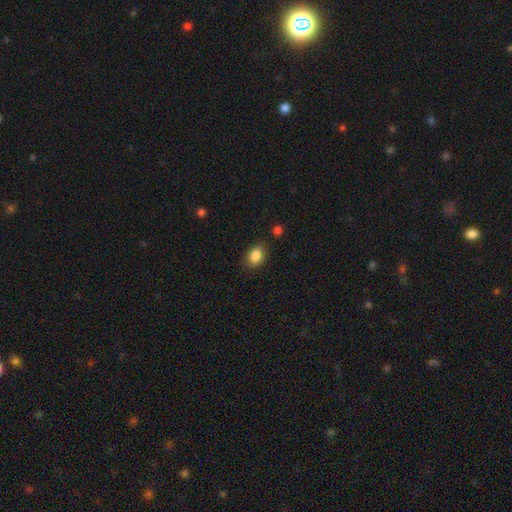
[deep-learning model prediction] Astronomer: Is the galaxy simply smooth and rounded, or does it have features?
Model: smooth — 86%.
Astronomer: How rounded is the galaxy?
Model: in between — 74%.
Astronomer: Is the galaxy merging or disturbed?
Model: none — 84%.